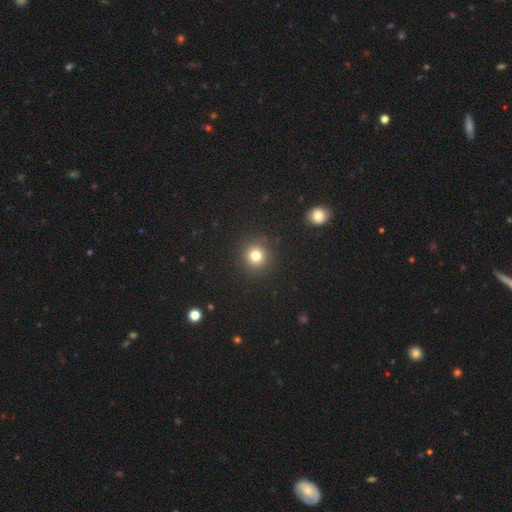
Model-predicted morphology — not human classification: smooth-or-featured: smooth: 80% | star or artifact: 14% | featured or disk: 7%
  how-rounded: round: 93% | in between: 6% | cigar-shaped: 1%
  merging: none: 91% | minor disturbance: 5% | major disturbance: 2% | merger: 1%